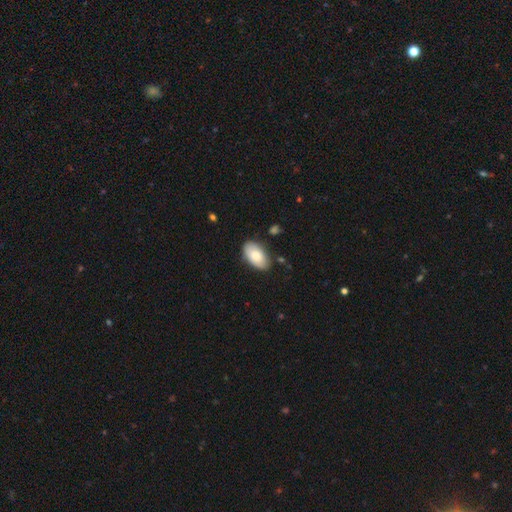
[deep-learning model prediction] The model was most divided on "smooth or featured": smooth: 77%, featured or disk: 17%, star or artifact: 6%. More confident: how rounded — in between (95%); merging — none (81%).